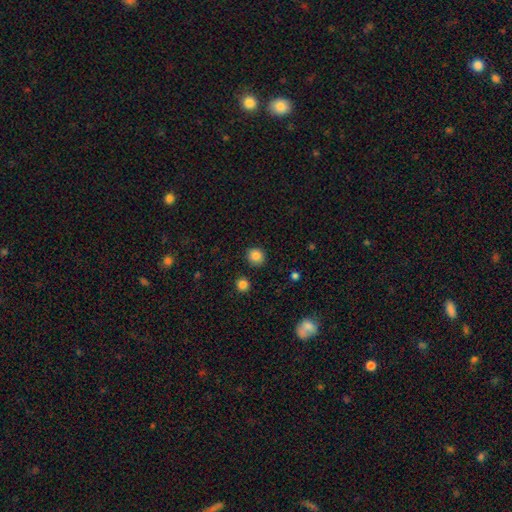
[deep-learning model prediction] Smooth or featured: smooth — 85% (star or artifact — 11%)
How rounded: round — 86% (in between — 14%)
Merging: none — 89% (minor disturbance — 7%)